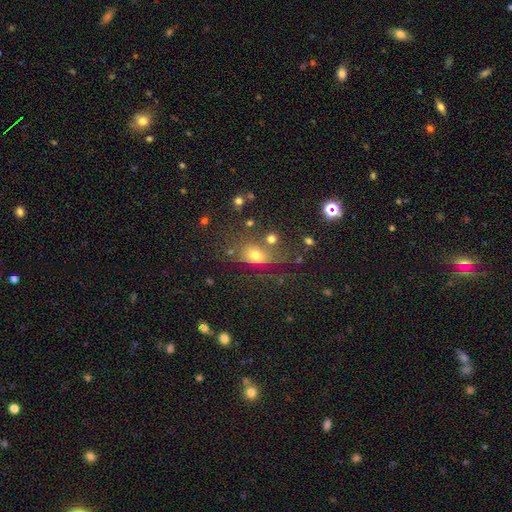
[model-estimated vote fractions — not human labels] Smooth or featured? smooth (69%)
How rounded? in between (65%)
Merging? none (59%)